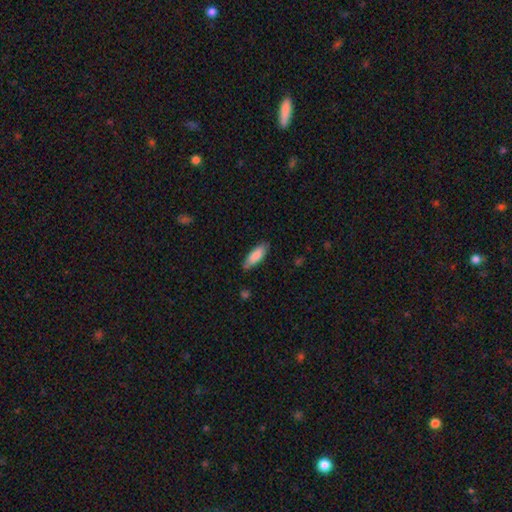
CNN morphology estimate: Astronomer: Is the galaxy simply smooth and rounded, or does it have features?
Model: smooth — 83%.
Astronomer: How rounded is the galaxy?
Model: in between — 63%.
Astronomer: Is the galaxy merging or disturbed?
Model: none — 82%.